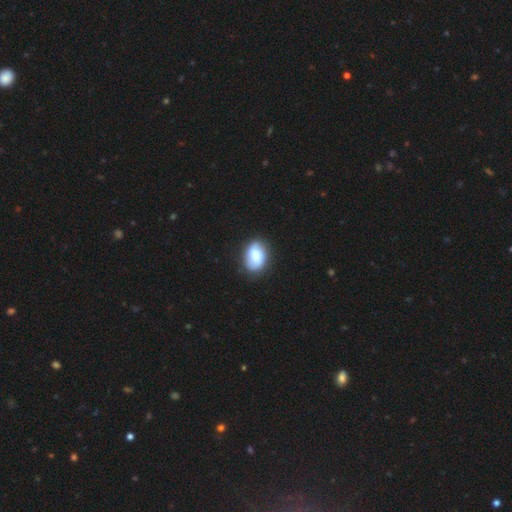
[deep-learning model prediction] Smooth or featured? smooth (57%)
How rounded? in between (73%)
Merging? none (82%)